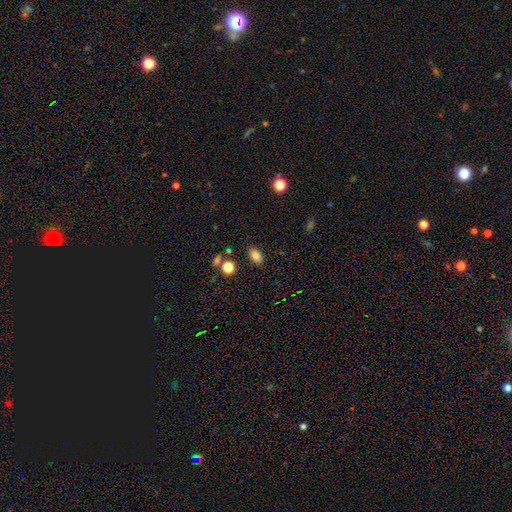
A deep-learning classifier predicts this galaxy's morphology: Smooth or featured?
  - smooth: 81% *
  - star or artifact: 12%
  - featured or disk: 7%
How rounded?
  - in between: 85% *
  - round: 13%
  - cigar-shaped: 2%
Merging?
  - none: 84% *
  - minor disturbance: 10%
  - merger: 3%
  - major disturbance: 3%